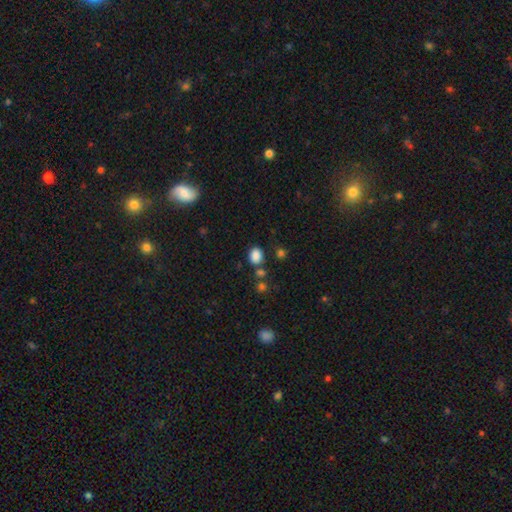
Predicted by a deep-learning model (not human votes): A smooth galaxy with no disk features (85%) that is in between round and cigar-shaped (55%). Merging: none (74%).